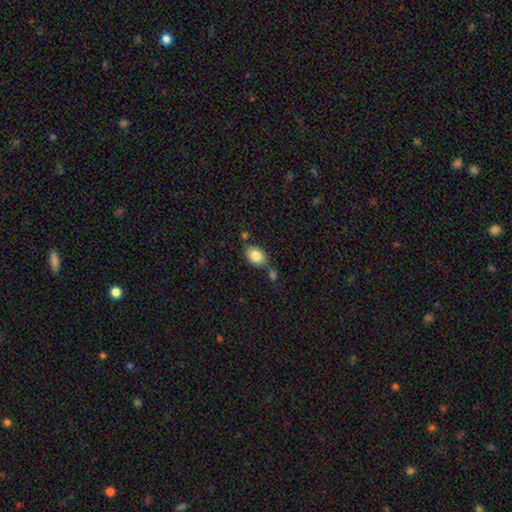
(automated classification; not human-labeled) smooth_or_featured: smooth (p=0.84) [alt: star or artifact p=0.08]
how_rounded: in between (p=0.73) [alt: round p=0.26]
merging: none (p=0.64) [alt: merger p=0.16]